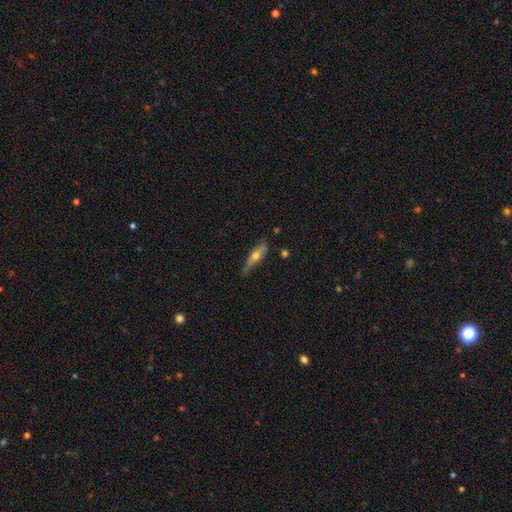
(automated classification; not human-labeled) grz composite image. It shows a smooth galaxy with no disk features (51%) that is cigar-shaped (69%). Merging: none (63%).